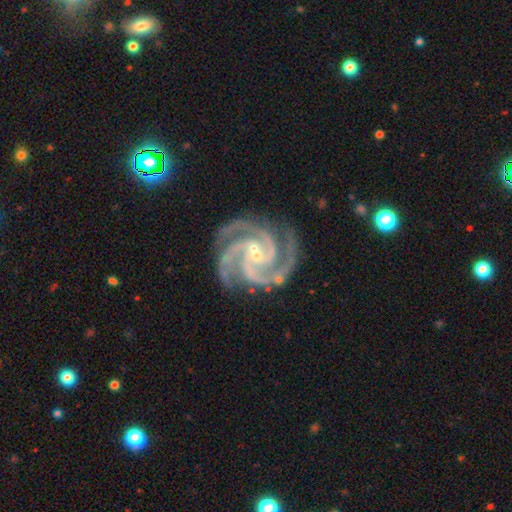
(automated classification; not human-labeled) featured or disk 94%, star or artifact 4%, smooth 2%. Down the decision tree: edge-on disk — no (99%); bar — no (58%); spiral arms — yes (99%); spiral arm count — 3 (59%); spiral winding — tight (59%); bulge size — small (83%); merging — none (78%).